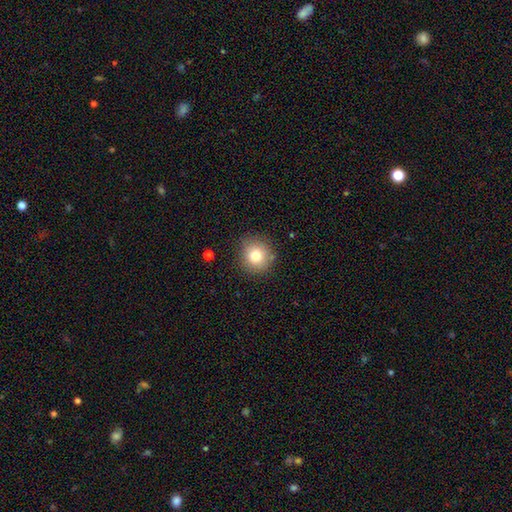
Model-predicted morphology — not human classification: A smooth galaxy with no disk features (79%) that is round (91%). Merging: none (85%).